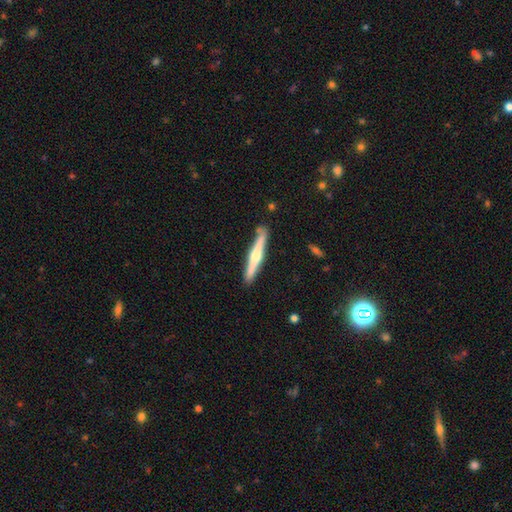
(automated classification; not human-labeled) Q: Smooth or featured?
A: featured or disk (61%); runner-up: smooth (34%)
Q: Edge-on disk?
A: yes (97%); runner-up: no (3%)
Q: Edge-on bulge?
A: rounded (83%); runner-up: none (9%)
Q: Merging?
A: none (87%); runner-up: minor disturbance (9%)